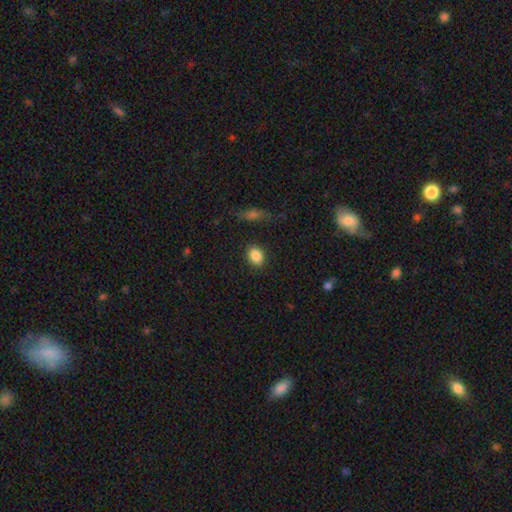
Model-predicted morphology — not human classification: Smooth or featured? Predicted: smooth (p=0.87). How rounded? Predicted: in between (p=0.63). Merging? Predicted: none (p=0.87).